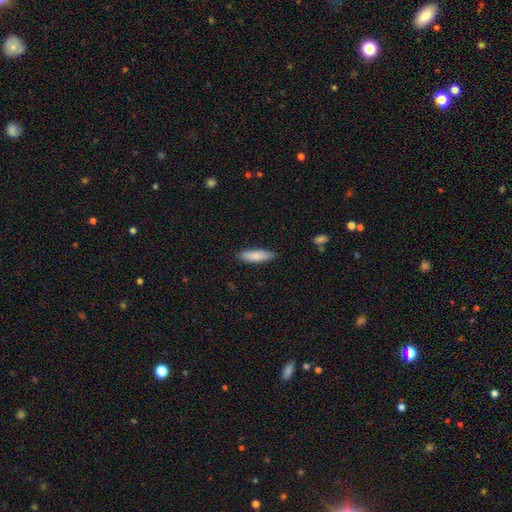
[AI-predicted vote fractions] smooth 85%, featured or disk 10%, star or artifact 5%. Down the decision tree: how rounded — cigar-shaped (59%); merging — none (86%).